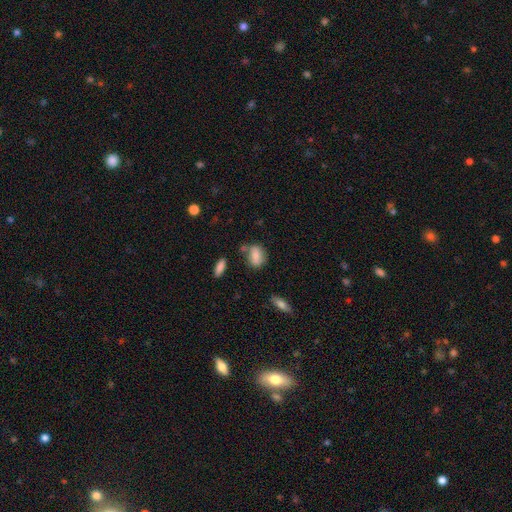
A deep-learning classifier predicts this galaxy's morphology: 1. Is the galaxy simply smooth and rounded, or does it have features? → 78% smooth, 14% featured or disk, 8% star or artifact.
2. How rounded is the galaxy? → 75% in between, 21% round, 5% cigar-shaped.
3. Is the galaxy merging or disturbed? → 59% none, 22% minor disturbance, 12% merger, 6% major disturbance.